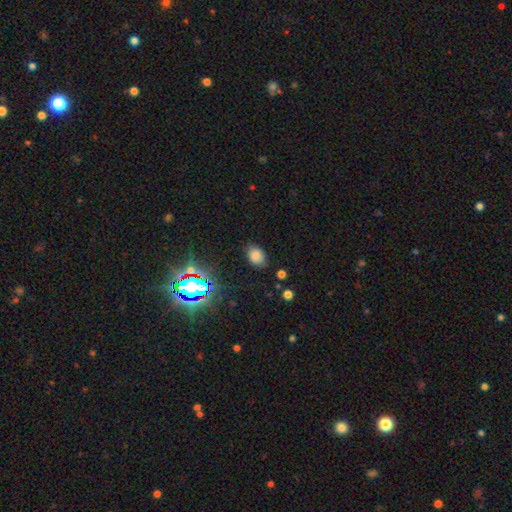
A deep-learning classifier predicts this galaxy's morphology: A smooth galaxy with no disk features (75%) that is in between round and cigar-shaped (81%). Merging: none (80%).